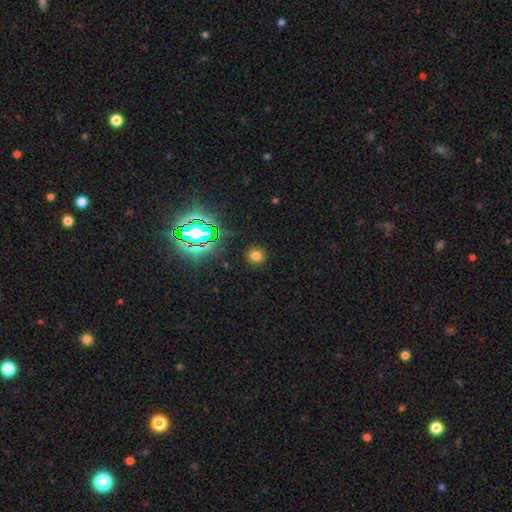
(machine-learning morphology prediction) Smooth or featured?
  - smooth: 70% *
  - star or artifact: 24%
  - featured or disk: 6%
How rounded?
  - round: 88% *
  - in between: 11%
  - cigar-shaped: 1%
Merging?
  - none: 89% *
  - minor disturbance: 7%
  - major disturbance: 3%
  - merger: 2%